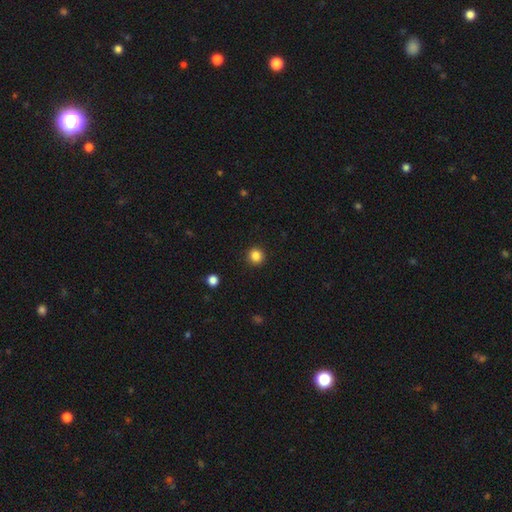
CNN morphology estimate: The model was most divided on "smooth or featured": smooth: 85%, star or artifact: 11%, featured or disk: 4%. More confident: how rounded — round (93%); merging — none (92%).